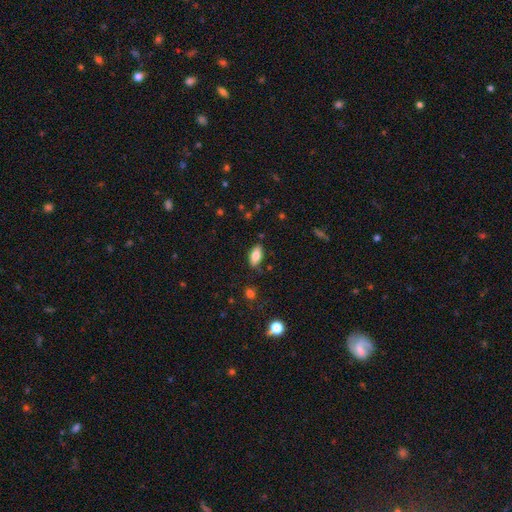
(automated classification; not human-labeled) A smooth galaxy with no disk features (81%) that is in between round and cigar-shaped (89%). Merging: none (83%).